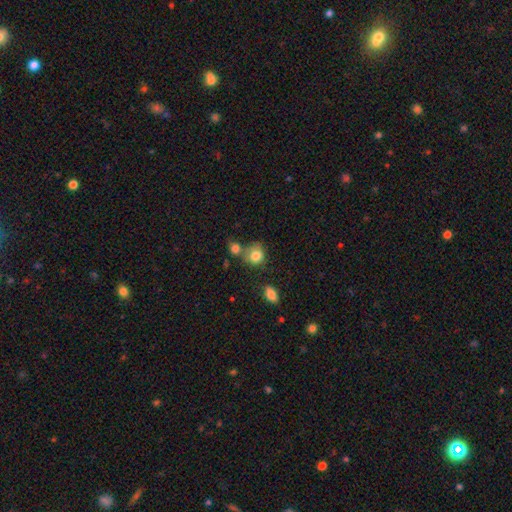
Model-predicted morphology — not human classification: Q: Smooth or featured?
A: smooth (82%); runner-up: star or artifact (10%)
Q: How rounded?
A: round (71%); runner-up: in between (28%)
Q: Merging?
A: none (49%); runner-up: merger (28%)